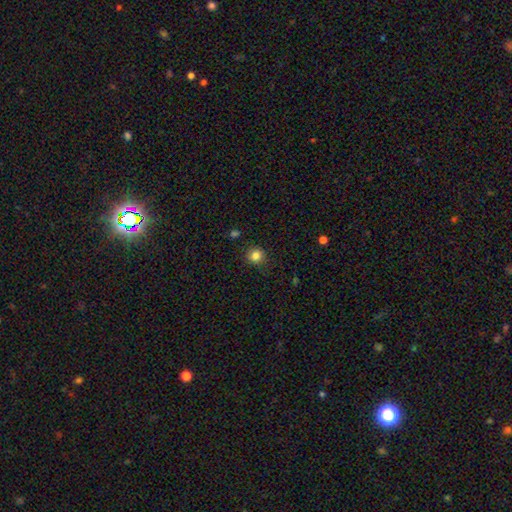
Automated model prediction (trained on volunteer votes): smooth_or_featured: smooth (p=0.84) [alt: star or artifact p=0.12]
how_rounded: round (p=0.93) [alt: in between p=0.06]
merging: none (p=0.89) [alt: minor disturbance p=0.08]